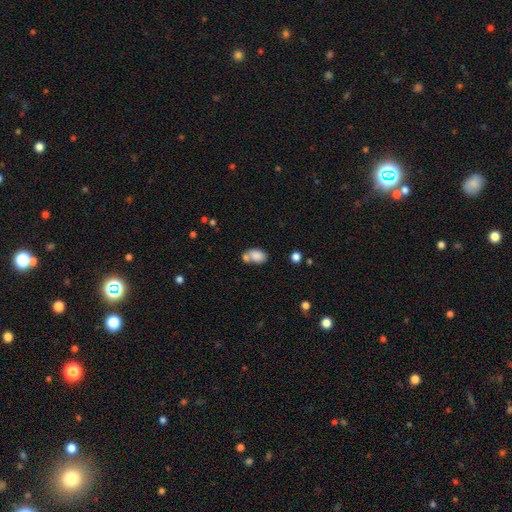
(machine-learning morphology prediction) smooth_or_featured: smooth (p=0.83) [alt: featured or disk p=0.09]
how_rounded: in between (p=0.86) [alt: round p=0.13]
merging: none (p=0.42) [alt: merger p=0.38]